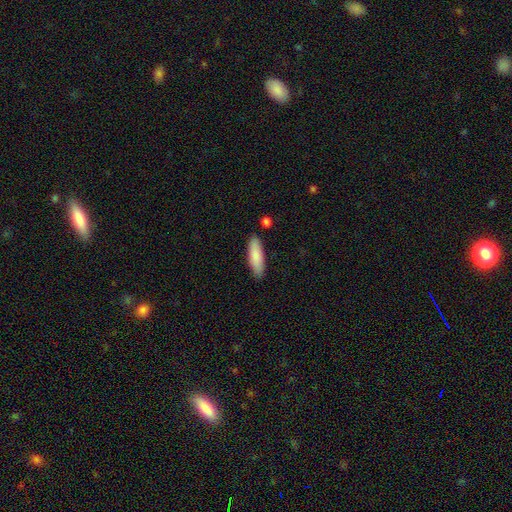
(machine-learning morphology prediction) This is clearly a smooth galaxy (85%). How rounded: possibly cigar-shaped (52%). Merging: clearly none (85%).